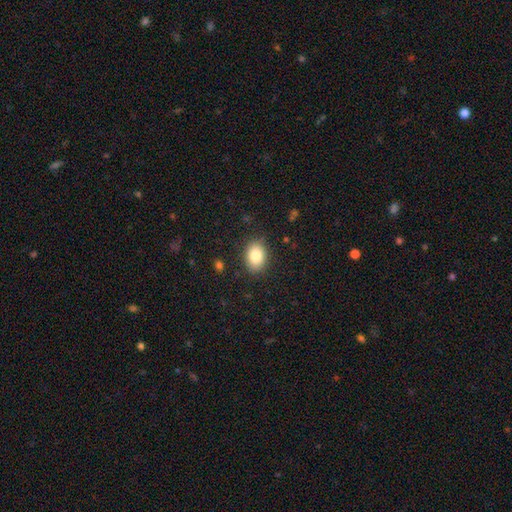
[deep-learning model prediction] Smooth or featured?
  - smooth: 83% *
  - featured or disk: 9%
  - star or artifact: 9%
How rounded?
  - in between: 75% *
  - round: 23%
  - cigar-shaped: 1%
Merging?
  - none: 87% *
  - minor disturbance: 10%
  - major disturbance: 3%
  - merger: 1%